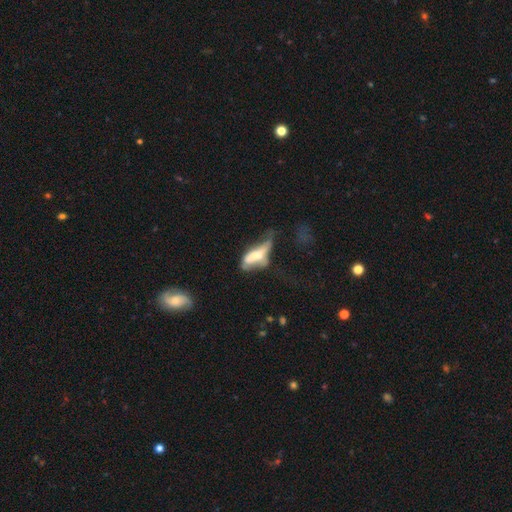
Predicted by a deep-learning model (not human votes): Smooth or featured?
  - smooth: 47% *
  - featured or disk: 43%
  - star or artifact: 10%
Merging?
  - major disturbance: 39% *
  - merger: 26%
  - minor disturbance: 19%
  - none: 17%